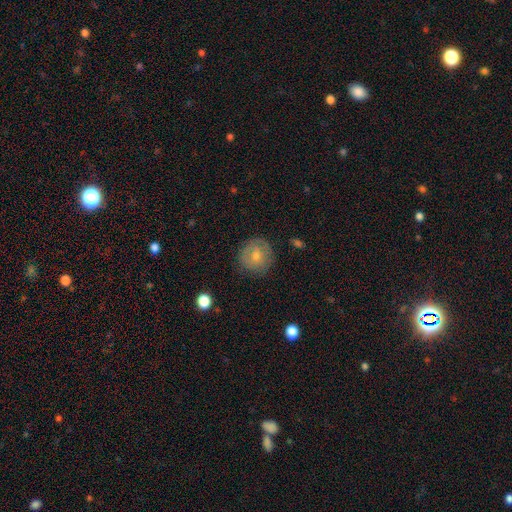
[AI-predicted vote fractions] Morphology: type=smooth (67%); roundness=round (90%); merging=none (80%).